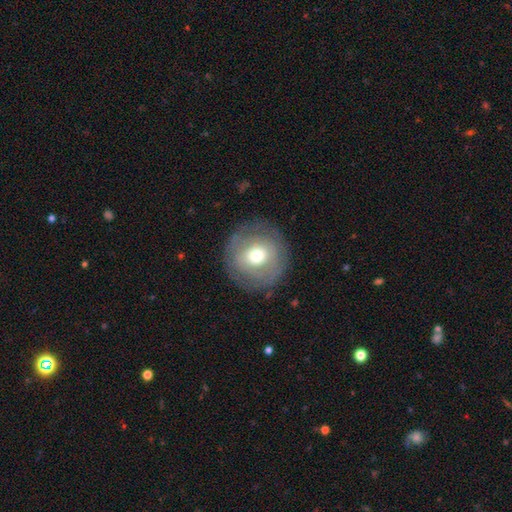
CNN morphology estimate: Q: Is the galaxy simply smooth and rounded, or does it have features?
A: smooth — 48%.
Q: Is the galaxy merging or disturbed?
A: none — 83%.